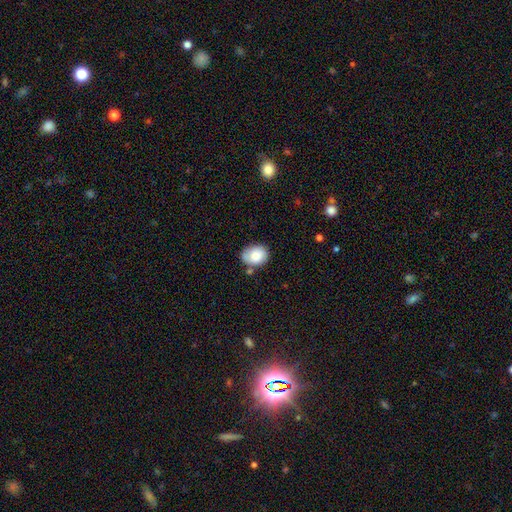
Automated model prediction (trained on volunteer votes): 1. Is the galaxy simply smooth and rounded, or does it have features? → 81% smooth, 12% featured or disk, 8% star or artifact.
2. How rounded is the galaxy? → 58% in between, 41% round, 1% cigar-shaped.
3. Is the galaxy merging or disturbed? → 62% none, 24% minor disturbance, 8% merger, 5% major disturbance.